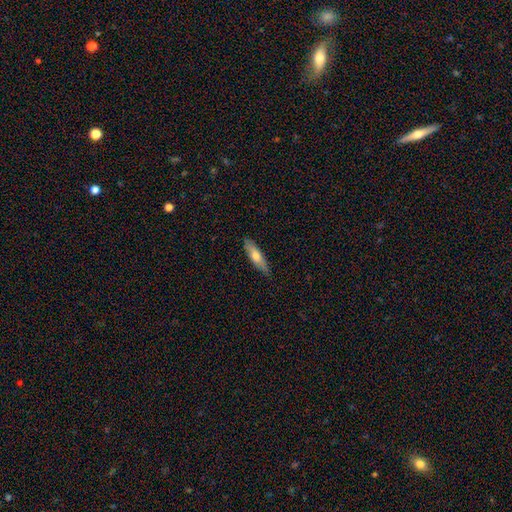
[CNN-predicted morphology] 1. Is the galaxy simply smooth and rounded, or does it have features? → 59% smooth, 35% featured or disk, 6% star or artifact.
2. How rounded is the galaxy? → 73% cigar-shaped, 25% in between, 2% round.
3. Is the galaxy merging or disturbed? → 87% none, 10% minor disturbance, 2% major disturbance, 1% merger.